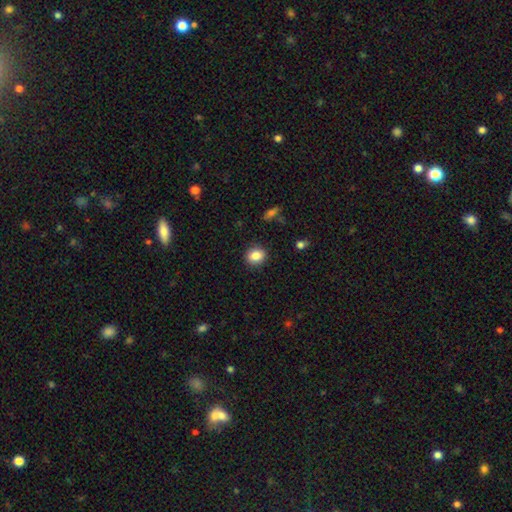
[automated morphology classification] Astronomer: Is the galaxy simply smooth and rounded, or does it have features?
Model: smooth — 85%.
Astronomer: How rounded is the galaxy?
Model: round — 71%.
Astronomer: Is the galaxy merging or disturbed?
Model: none — 89%.